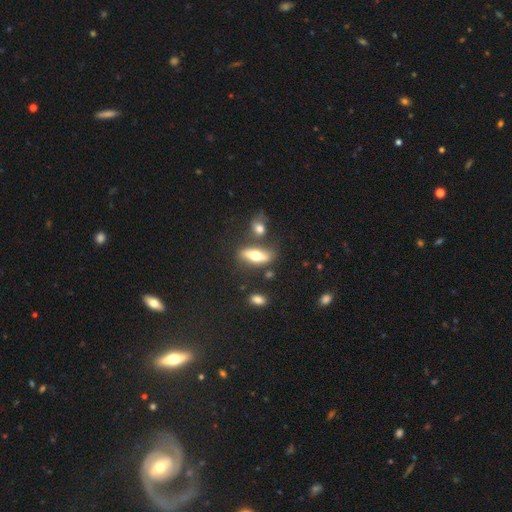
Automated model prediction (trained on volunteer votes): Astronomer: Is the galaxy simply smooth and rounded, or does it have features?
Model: smooth — 55% (runner-up: featured or disk, 38%).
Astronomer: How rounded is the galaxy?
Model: in between — 55% (runner-up: cigar-shaped, 41%).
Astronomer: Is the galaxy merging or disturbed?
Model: none — 67%.